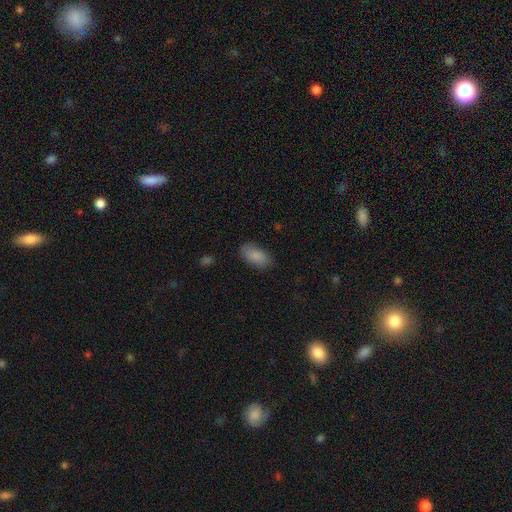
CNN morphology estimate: Q: Smooth or featured?
A: smooth (86%); runner-up: featured or disk (8%)
Q: How rounded?
A: in between (94%); runner-up: cigar-shaped (3%)
Q: Merging?
A: none (82%); runner-up: minor disturbance (14%)